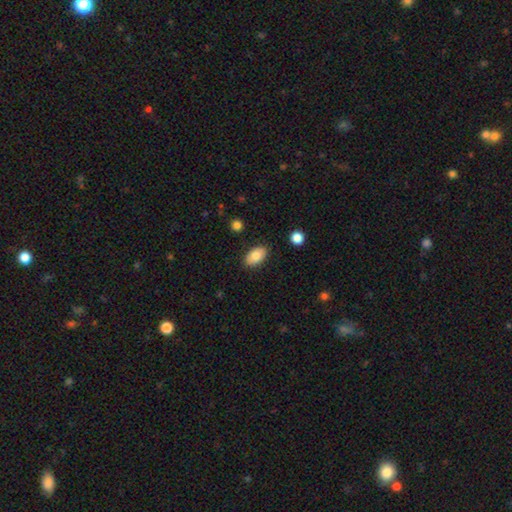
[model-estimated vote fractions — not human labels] A smooth galaxy with no disk features (82%) that is in between round and cigar-shaped (92%). Merging: none (86%).